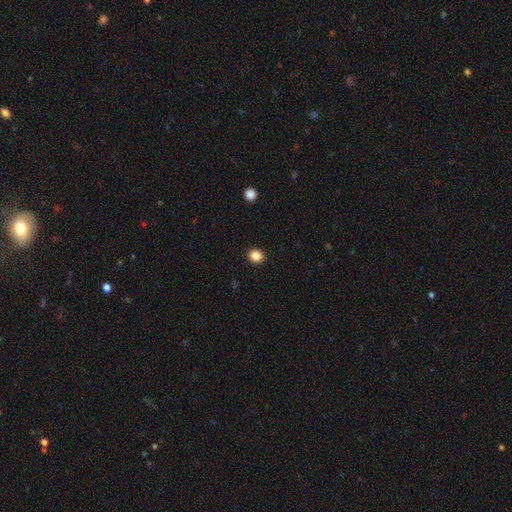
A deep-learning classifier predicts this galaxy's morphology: Q: Smooth or featured?
A: smooth (86%); runner-up: star or artifact (10%)
Q: How rounded?
A: round (69%); runner-up: in between (30%)
Q: Merging?
A: none (92%); runner-up: minor disturbance (6%)